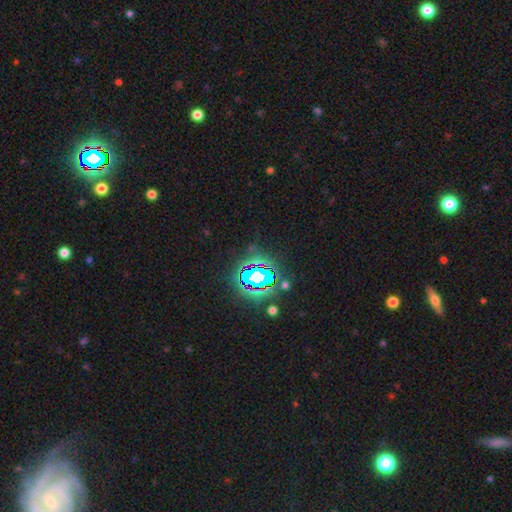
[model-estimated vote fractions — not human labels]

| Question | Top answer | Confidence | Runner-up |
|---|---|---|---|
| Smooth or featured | star or artifact | 84% | smooth (9%) |